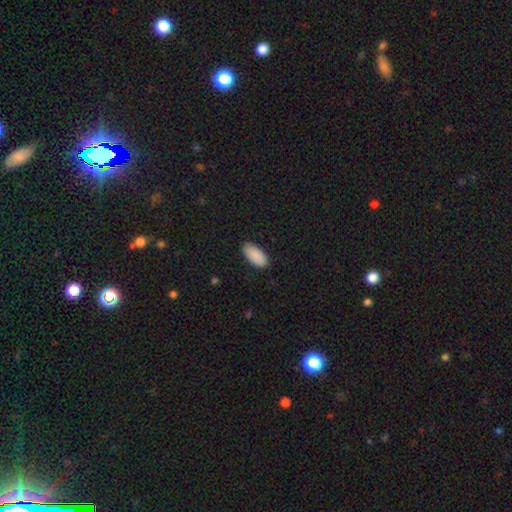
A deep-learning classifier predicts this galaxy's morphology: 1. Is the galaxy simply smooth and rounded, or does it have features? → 91% smooth, 6% star or artifact, 3% featured or disk.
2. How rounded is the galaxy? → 93% in between, 5% cigar-shaped, 2% round.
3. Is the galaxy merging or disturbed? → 86% none, 11% minor disturbance, 2% major disturbance, 1% merger.